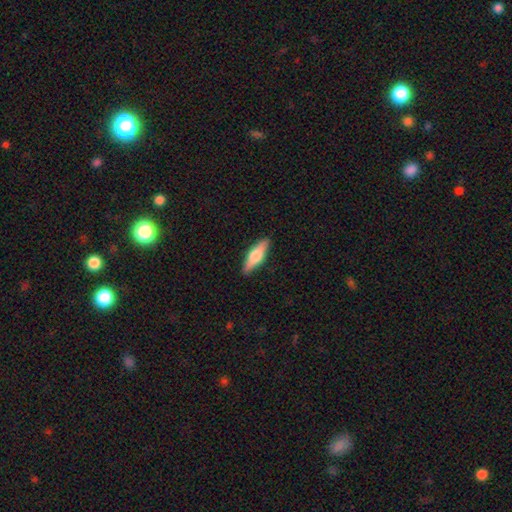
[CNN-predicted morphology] This is possibly a smooth galaxy (55%). How rounded: possibly cigar-shaped (56%). Merging: clearly none (89%).